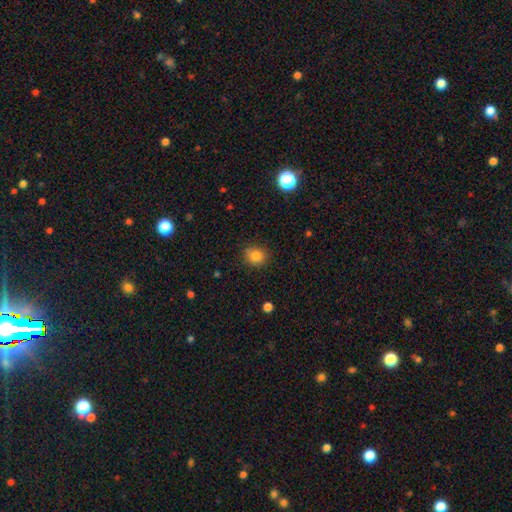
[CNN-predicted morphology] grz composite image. It shows a smooth galaxy with no disk features (82%) that is round (79%). Merging: none (83%).